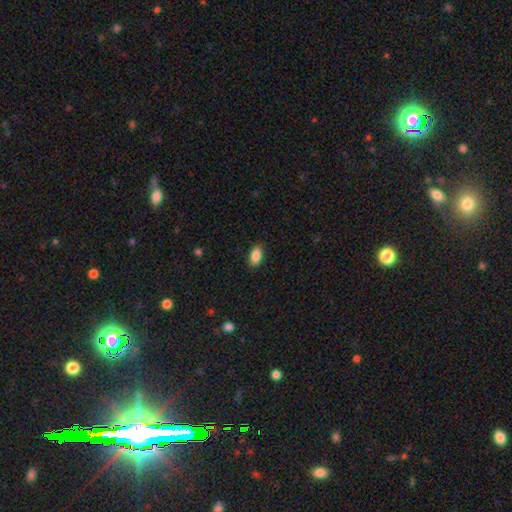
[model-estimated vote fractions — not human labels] Q: Smooth or featured?
A: smooth (87%); runner-up: star or artifact (8%)
Q: How rounded?
A: in between (91%); runner-up: round (5%)
Q: Merging?
A: none (87%); runner-up: minor disturbance (10%)